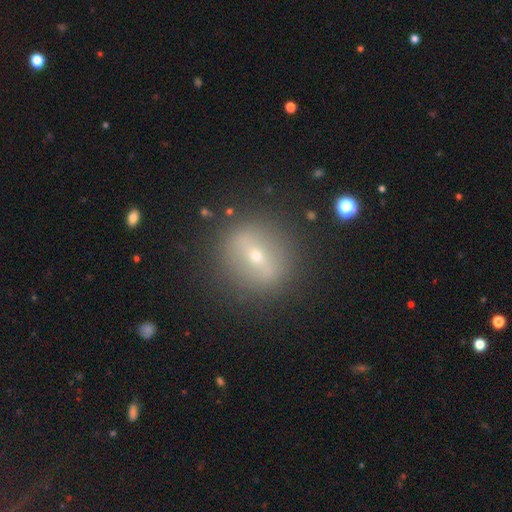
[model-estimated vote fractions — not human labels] featured or disk 55%, smooth 32%, star or artifact 12%. Down the decision tree: edge-on disk — no (74%); merging — none (85%).